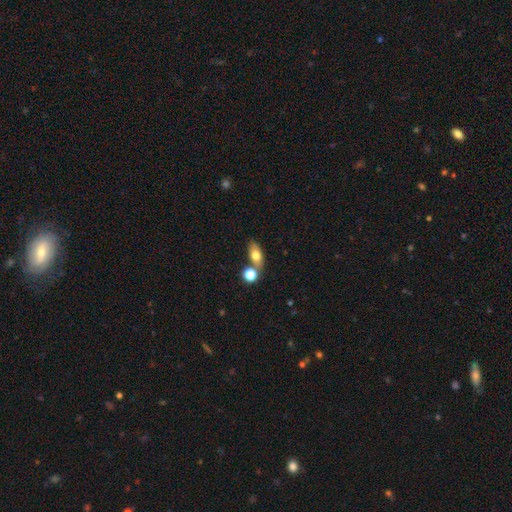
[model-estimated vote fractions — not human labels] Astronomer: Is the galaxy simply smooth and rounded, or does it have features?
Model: smooth — 73%.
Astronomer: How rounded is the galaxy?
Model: in between — 79%.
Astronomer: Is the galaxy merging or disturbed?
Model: none — 61%.